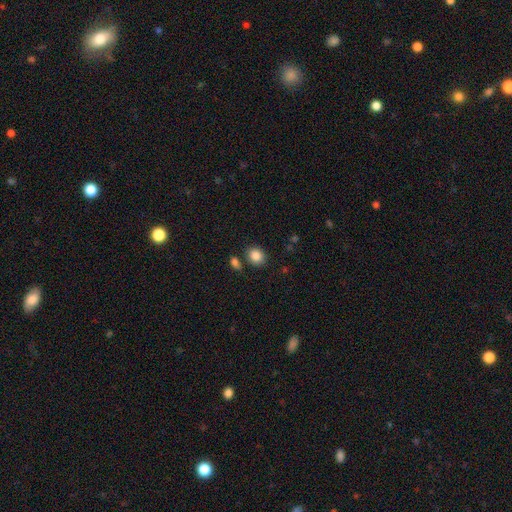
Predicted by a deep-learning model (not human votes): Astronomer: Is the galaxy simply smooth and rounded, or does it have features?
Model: smooth — 86%.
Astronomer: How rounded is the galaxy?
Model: round — 65%.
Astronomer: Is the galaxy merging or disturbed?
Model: none — 80%.